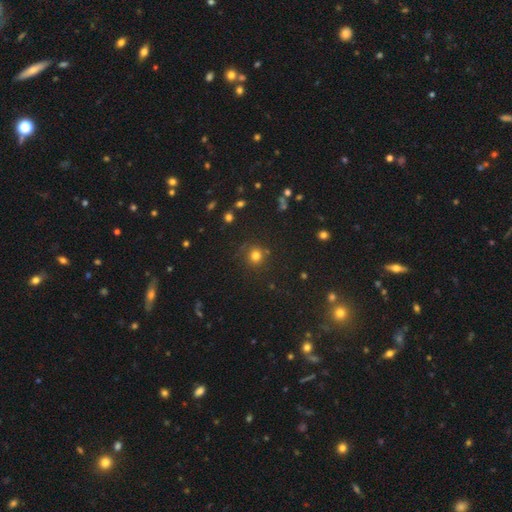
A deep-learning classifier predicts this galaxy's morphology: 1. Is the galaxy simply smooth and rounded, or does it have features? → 76% smooth, 18% star or artifact, 6% featured or disk.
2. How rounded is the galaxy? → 91% round, 8% in between, 1% cigar-shaped.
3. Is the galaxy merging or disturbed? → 81% none, 11% minor disturbance, 4% major disturbance, 4% merger.